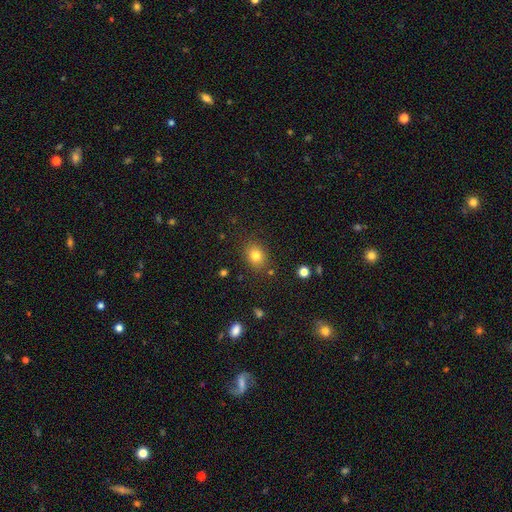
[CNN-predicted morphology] The model was most divided on "how rounded": round: 58%, in between: 41%, cigar-shaped: 1%. More confident: merging — none (84%); smooth or featured — smooth (80%).